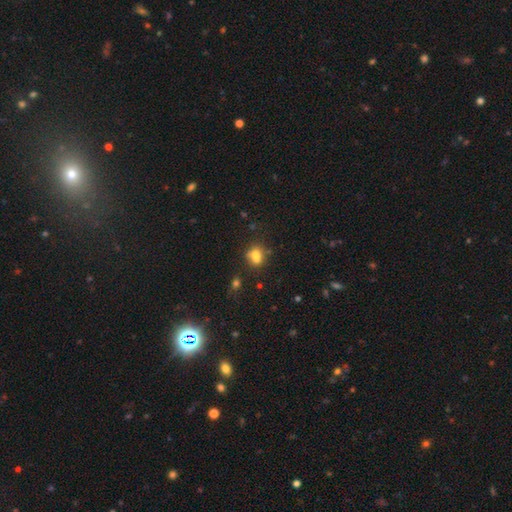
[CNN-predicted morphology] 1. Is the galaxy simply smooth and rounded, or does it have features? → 73% smooth, 14% star or artifact, 13% featured or disk.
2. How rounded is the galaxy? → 49% in between (tied), 49% round (tied), 2% cigar-shaped.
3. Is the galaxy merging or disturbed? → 50% none, 26% merger, 17% minor disturbance, 7% major disturbance.